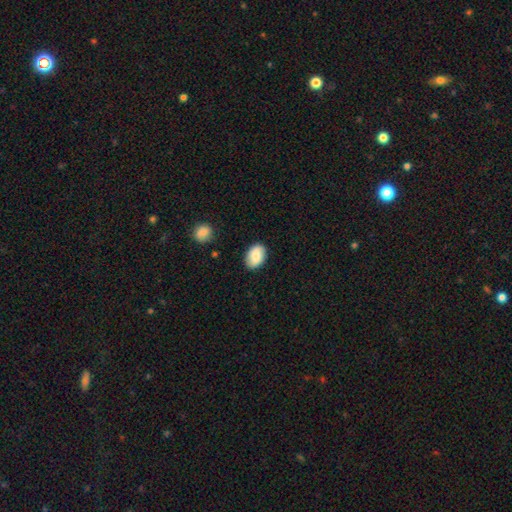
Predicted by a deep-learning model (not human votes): Smooth or featured? Predicted: smooth (p=0.78). How rounded? Predicted: in between (p=0.86). Merging? Predicted: none (p=0.84).